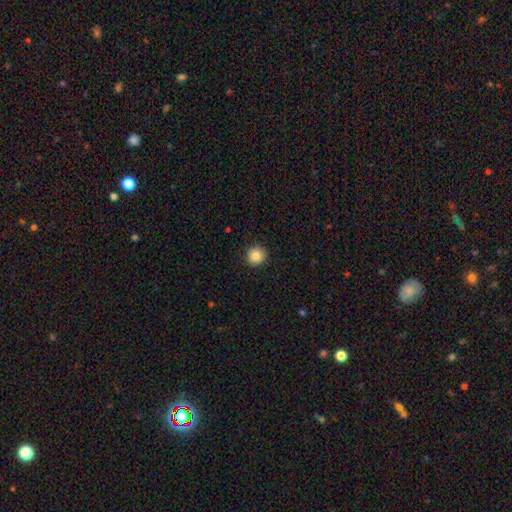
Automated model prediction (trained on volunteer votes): The model was most divided on "smooth or featured": smooth: 86%, star or artifact: 10%, featured or disk: 5%. More confident: how rounded — round (93%); merging — none (92%).